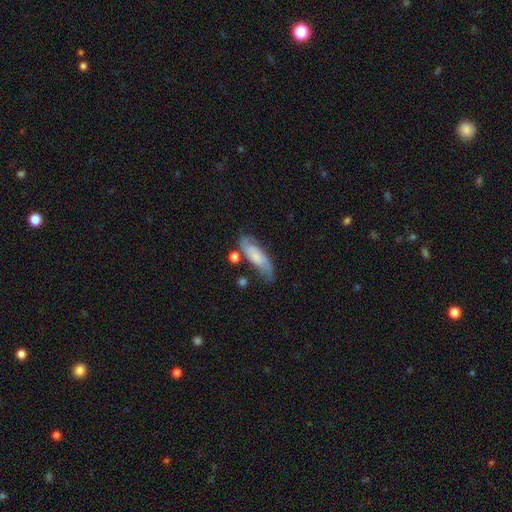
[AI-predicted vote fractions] A featured or disk galaxy (52%).

Vote fractions:
- Smooth or featured? featured or disk: 52% / smooth: 41% / star or artifact: 7%
- Edge-on disk? no: 84% / yes: 16%
- Merging? none: 59% / minor disturbance: 24% / major disturbance: 9% / merger: 9%